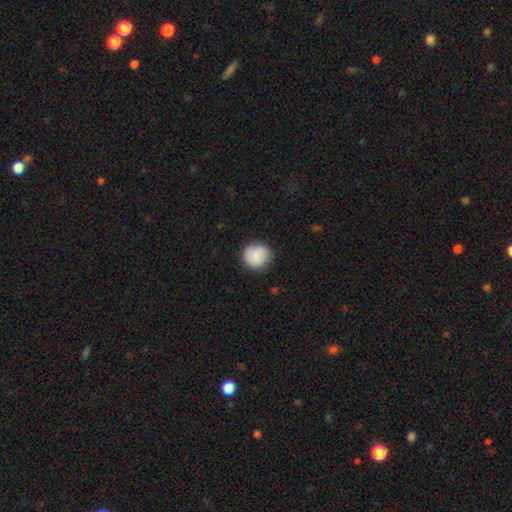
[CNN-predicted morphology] Smooth or featured?
  - smooth: 84% *
  - featured or disk: 10%
  - star or artifact: 7%
How rounded?
  - round: 92% *
  - in between: 7%
  - cigar-shaped: 1%
Merging?
  - none: 86% *
  - minor disturbance: 11%
  - major disturbance: 3%
  - merger: 1%